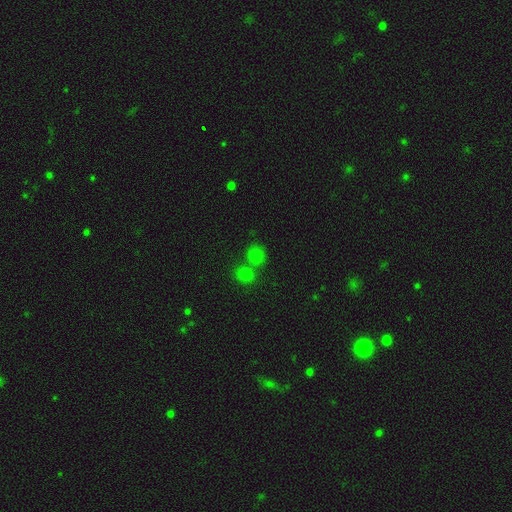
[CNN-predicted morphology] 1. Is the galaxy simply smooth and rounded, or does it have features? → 73% smooth, 21% star or artifact, 6% featured or disk.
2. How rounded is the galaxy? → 69% round, 30% in between, 1% cigar-shaped.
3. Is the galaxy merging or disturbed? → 46% none, 42% merger, 8% minor disturbance, 4% major disturbance.